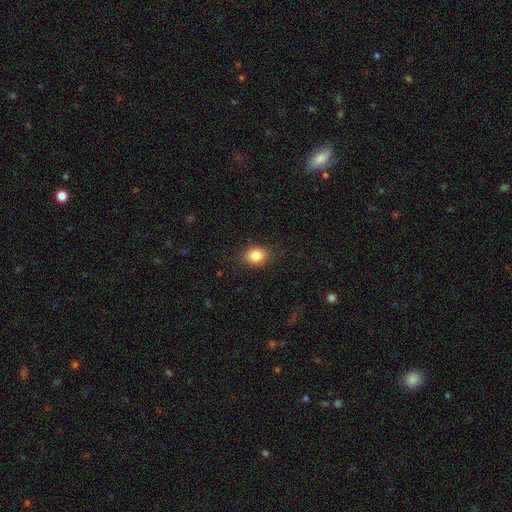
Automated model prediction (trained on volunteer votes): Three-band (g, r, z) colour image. It shows a smooth galaxy with no disk features (83%) that is in between round and cigar-shaped (56%). Merging: none (83%).